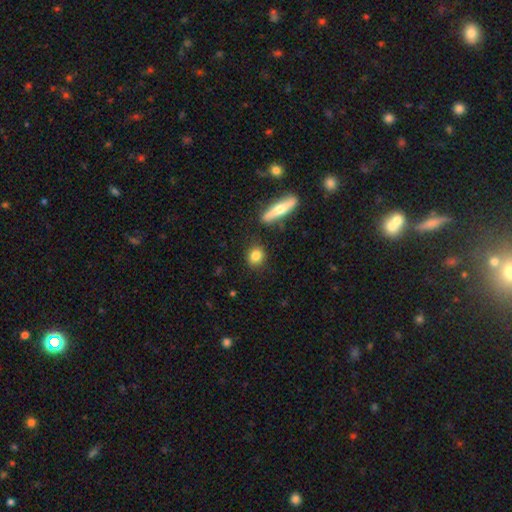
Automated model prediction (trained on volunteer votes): Q: Smooth or featured?
A: smooth (83%); runner-up: featured or disk (10%)
Q: How rounded?
A: round (63%); runner-up: in between (32%)
Q: Merging?
A: none (85%); runner-up: minor disturbance (9%)